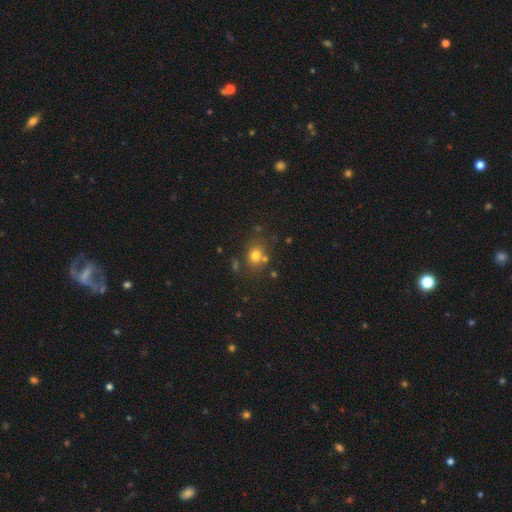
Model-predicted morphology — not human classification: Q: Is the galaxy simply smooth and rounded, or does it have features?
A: smooth — 73%.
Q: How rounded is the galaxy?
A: round — 64%.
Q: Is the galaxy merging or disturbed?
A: none — 67%.